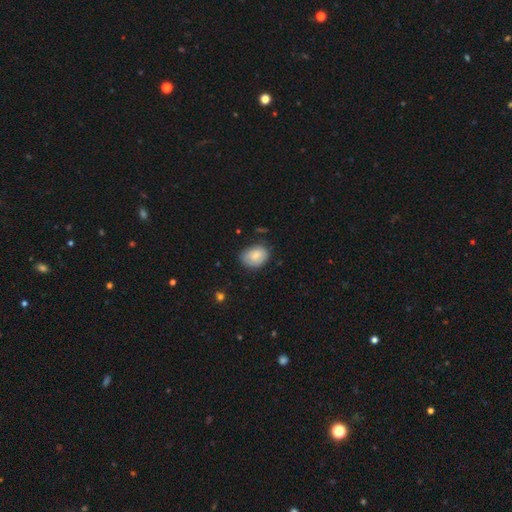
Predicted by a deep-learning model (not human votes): Morphology: type=smooth (76%); roundness=in between (70%); merging=none (71%).